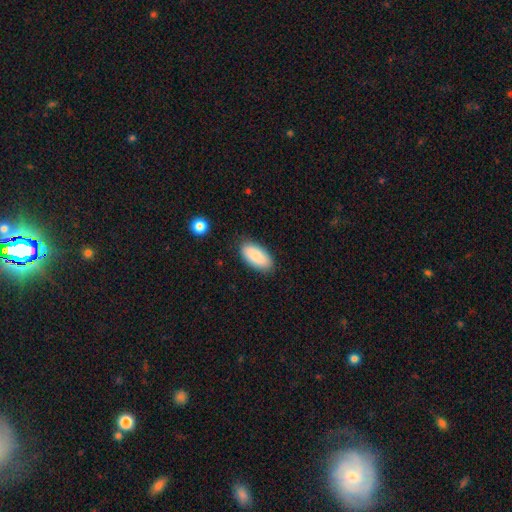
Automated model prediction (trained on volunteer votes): This appears to be a smooth galaxy with no disk features (87%) that is in between round and cigar-shaped (93%). Merging: none (84%).